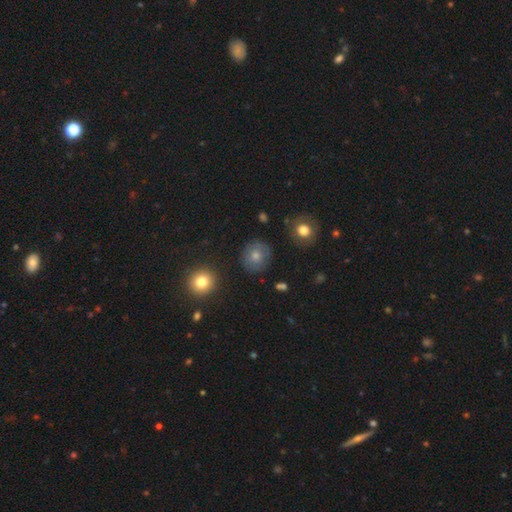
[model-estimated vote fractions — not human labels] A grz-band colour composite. It shows a smooth galaxy with no disk features (70%) that is round (87%). Merging: none (82%).